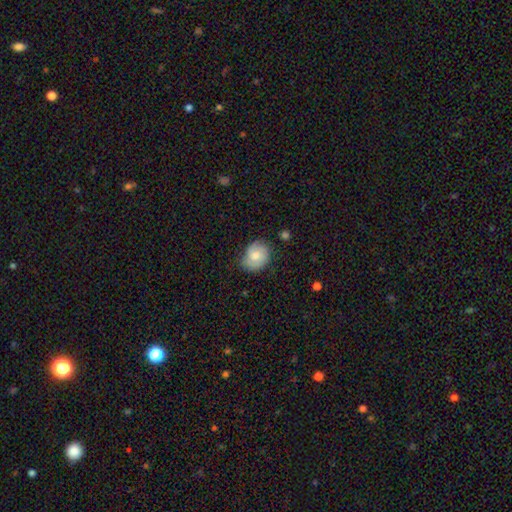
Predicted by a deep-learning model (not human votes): smooth-or-featured: smooth: 62% | featured or disk: 31% | star or artifact: 7%
  how-rounded: round: 54% | in between: 45% | cigar-shaped: 1%
  merging: none: 66% | minor disturbance: 26% | major disturbance: 6% | merger: 2%